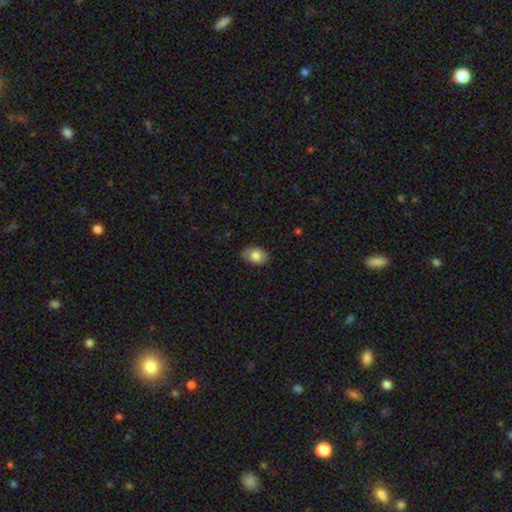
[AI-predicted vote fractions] Overall: smooth (77%). How rounded: in between (84%). Merging: none (81%).